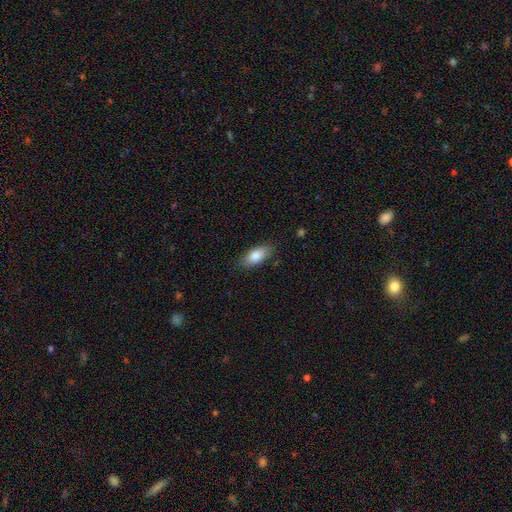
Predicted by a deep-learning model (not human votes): Morphology: type=smooth (82%); roundness=in between (84%); merging=none (83%).